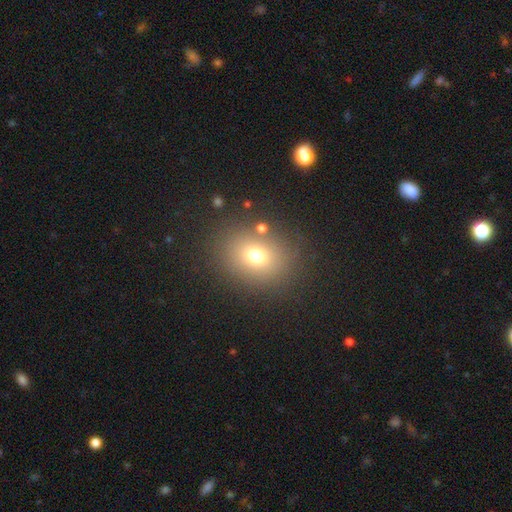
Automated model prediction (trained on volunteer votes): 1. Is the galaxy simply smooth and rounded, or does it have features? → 71% smooth, 17% star or artifact, 12% featured or disk.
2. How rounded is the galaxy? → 55% round, 44% in between, 1% cigar-shaped.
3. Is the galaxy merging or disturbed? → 82% none, 9% minor disturbance, 5% major disturbance, 4% merger.